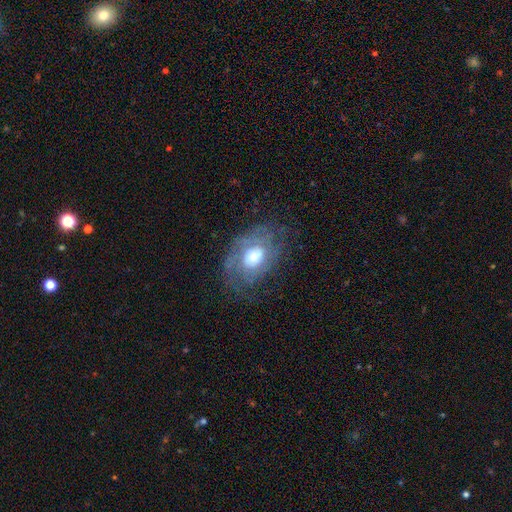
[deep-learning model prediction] A featured or disk galaxy (69%) with no bar (72%), spiral arms (76%) and a moderate central bulge (59%). Merging: none (64%).